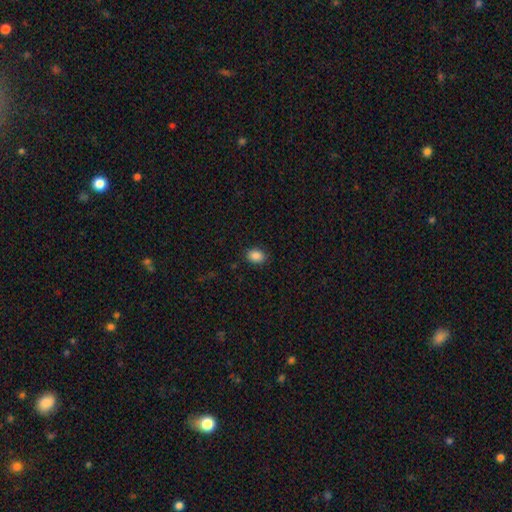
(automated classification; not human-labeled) The model was most divided on "how rounded": in between: 72%, round: 27%, cigar-shaped: 1%. More confident: smooth or featured — smooth (88%); merging — none (87%).